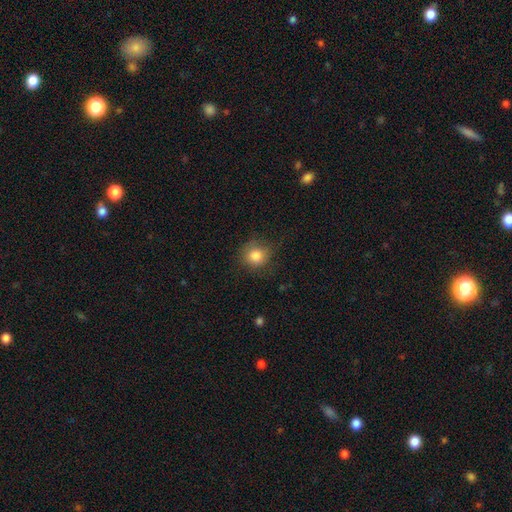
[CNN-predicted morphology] smooth_or_featured: smooth (p=0.83) [alt: star or artifact p=0.10]
how_rounded: round (p=0.85) [alt: in between p=0.14]
merging: none (p=0.75) [alt: minor disturbance p=0.18]